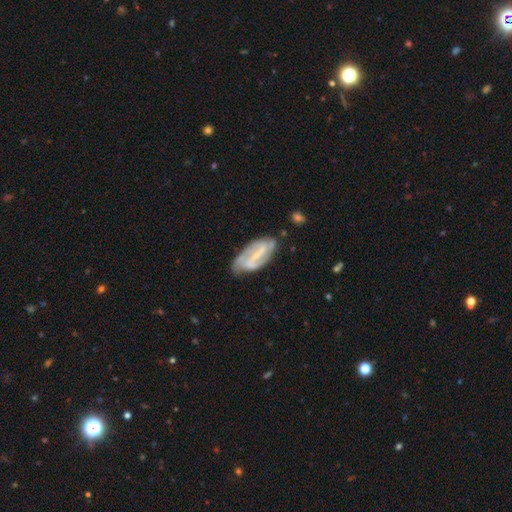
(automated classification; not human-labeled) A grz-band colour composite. It shows a featured or disk galaxy (79%) with a strong bar (52%), 2 (76%) medium (42%) spiral arms (89%) and a small central bulge (59%). Merging: none (68%).